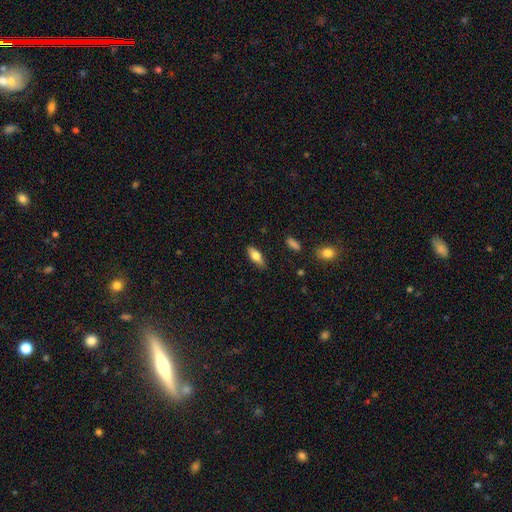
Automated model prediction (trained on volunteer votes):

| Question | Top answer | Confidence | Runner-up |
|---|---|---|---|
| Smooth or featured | smooth | 68% | featured or disk (25%) |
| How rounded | in between | 72% | cigar-shaped (25%) |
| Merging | none | 85% | minor disturbance (11%) |